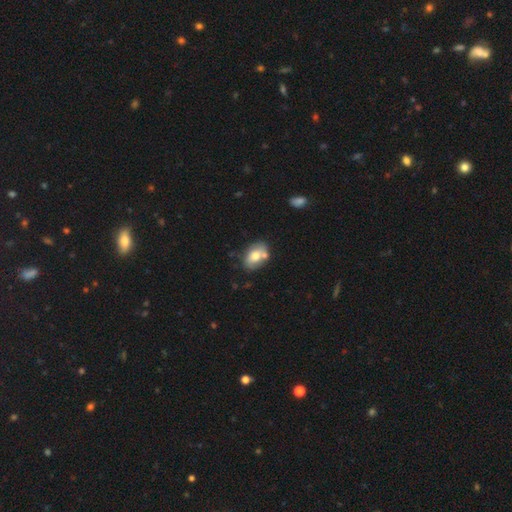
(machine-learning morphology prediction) Smooth or featured: smooth — 69% (featured or disk — 23%)
How rounded: in between — 85% (round — 14%)
Merging: none — 57% (minor disturbance — 20%)